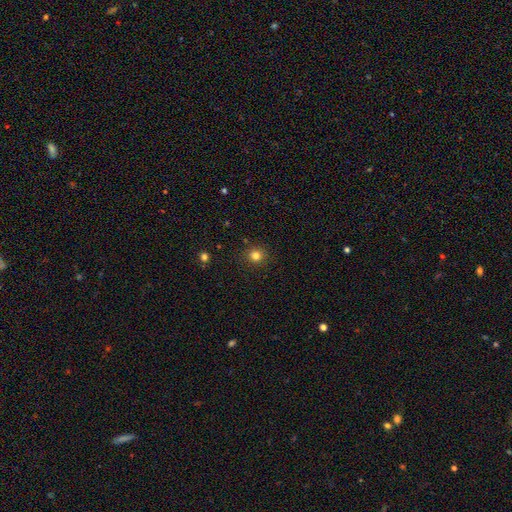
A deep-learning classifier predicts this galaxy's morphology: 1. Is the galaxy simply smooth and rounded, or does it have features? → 81% smooth, 14% star or artifact, 5% featured or disk.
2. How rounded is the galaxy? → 91% round, 8% in between, 1% cigar-shaped.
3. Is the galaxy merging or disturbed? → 90% none, 7% minor disturbance, 2% major disturbance, 1% merger.